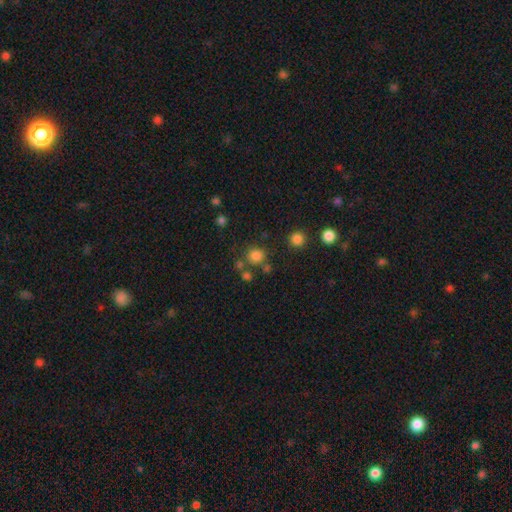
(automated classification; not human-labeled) smooth 79%, star or artifact 15%, featured or disk 6%. Down the decision tree: how rounded — round (88%); merging — none (73%).